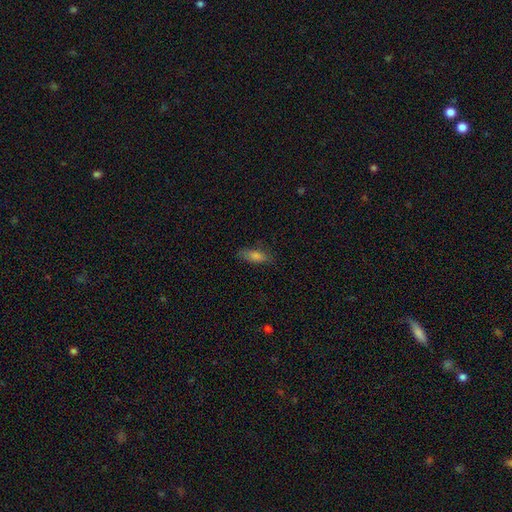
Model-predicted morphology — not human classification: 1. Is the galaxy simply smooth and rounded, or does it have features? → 72% smooth, 16% featured or disk, 12% star or artifact.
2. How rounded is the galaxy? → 61% in between, 36% cigar-shaped, 3% round.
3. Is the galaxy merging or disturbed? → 81% none, 14% minor disturbance, 3% major disturbance, 1% merger.